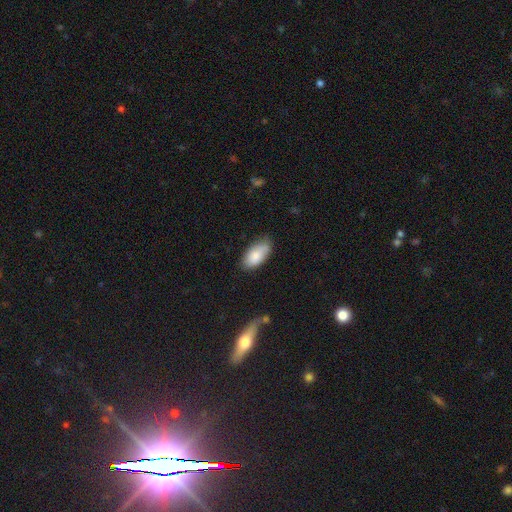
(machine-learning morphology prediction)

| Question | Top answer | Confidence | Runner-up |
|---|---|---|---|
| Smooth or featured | smooth | 82% | featured or disk (12%) |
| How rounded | in between | 93% | cigar-shaped (5%) |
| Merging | none | 72% | minor disturbance (23%) |